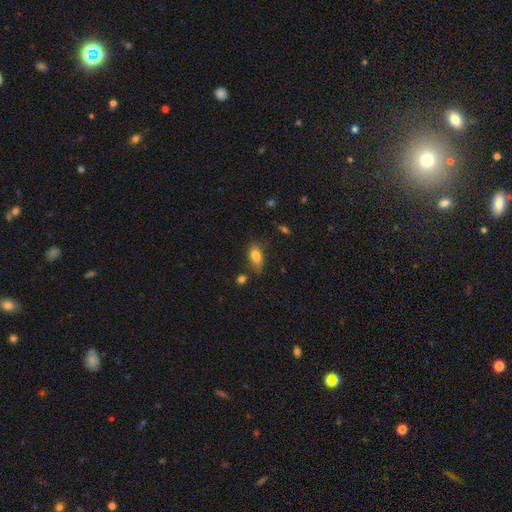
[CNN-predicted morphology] smooth 79%, featured or disk 13%, star or artifact 9%. Down the decision tree: how rounded — in between (85%); merging — none (70%).